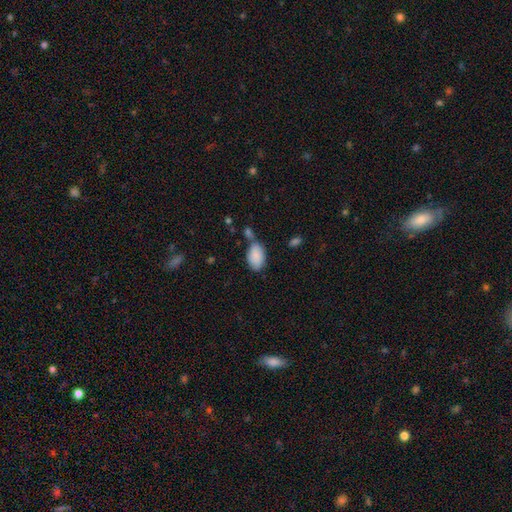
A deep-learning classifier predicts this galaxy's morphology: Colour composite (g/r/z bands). It shows a smooth galaxy with no disk features (87%) that is in between round and cigar-shaped (93%). Merging: none (55%).